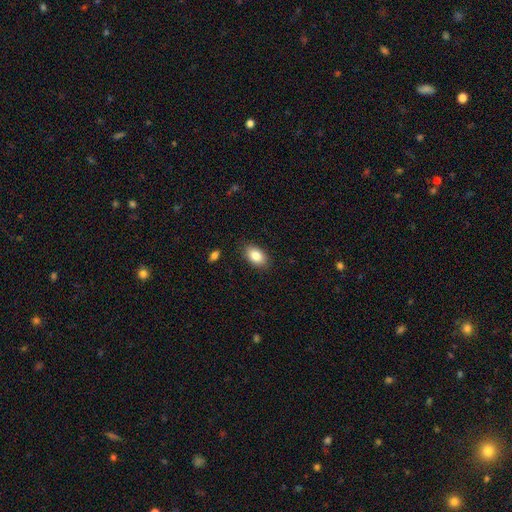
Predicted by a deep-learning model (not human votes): smooth 84%, featured or disk 8%, star or artifact 8%. Down the decision tree: how rounded — in between (90%); merging — none (87%).